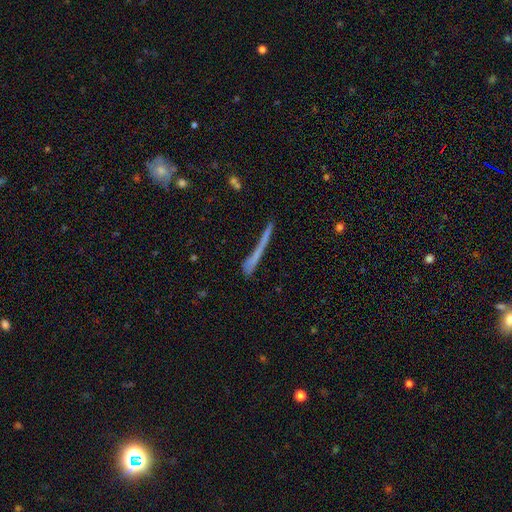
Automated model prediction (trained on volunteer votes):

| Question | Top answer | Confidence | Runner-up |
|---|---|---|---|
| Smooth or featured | smooth | 54% | featured or disk (36%) |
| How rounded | cigar-shaped | 95% | in between (3%) |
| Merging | none | 65% | minor disturbance (19%) |